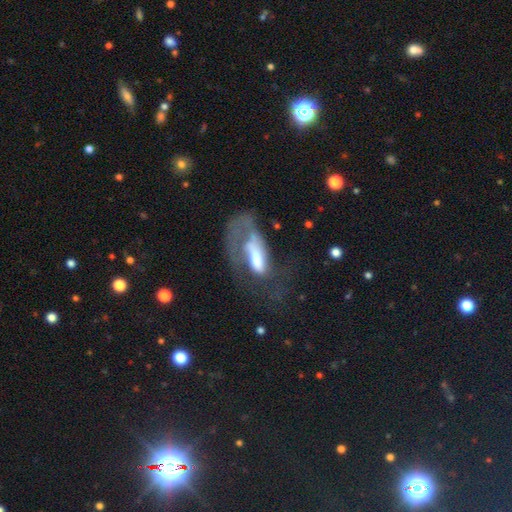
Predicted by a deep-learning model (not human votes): This is possibly a featured or disk galaxy (56%). It is clearly not viewed edge-on (91%). Bar: possibly no (50%). Spiral arm pattern: possibly no (50%, tied with yes). Central bulge: marginally moderate (40%). Merging: likely major disturbance (61%).